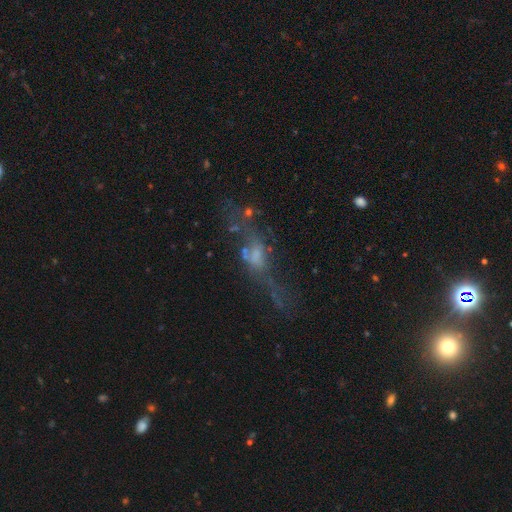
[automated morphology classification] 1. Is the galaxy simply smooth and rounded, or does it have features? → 53% featured or disk, 29% smooth, 18% star or artifact.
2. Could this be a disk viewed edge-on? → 69% no, 31% yes.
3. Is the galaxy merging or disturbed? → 37% major disturbance, 33% none, 19% minor disturbance, 11% merger.